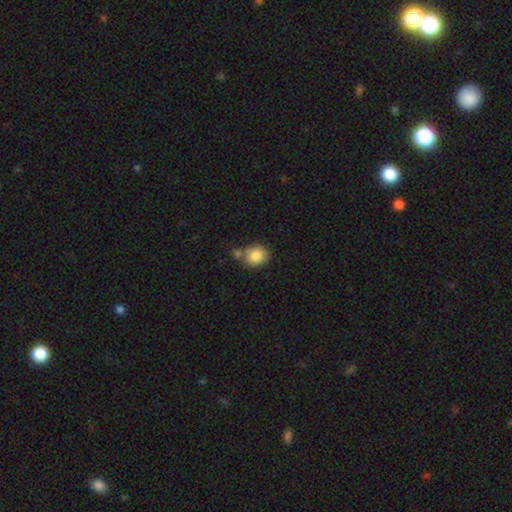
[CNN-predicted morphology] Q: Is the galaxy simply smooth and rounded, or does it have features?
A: smooth — 85%.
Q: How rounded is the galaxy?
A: round — 70%.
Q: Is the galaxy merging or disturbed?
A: none — 60%.